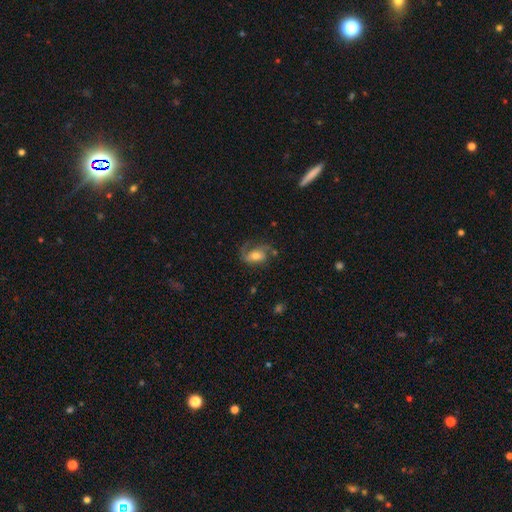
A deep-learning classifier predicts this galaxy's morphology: smooth-or-featured: featured or disk: 57% | smooth: 35% | star or artifact: 9%
  disk-edge-on: no: 95% | yes: 5%
    bar: no: 57% | weak: 30% | strong: 12%
    has-spiral-arms: yes: 83% | no: 17%
    bulge-size: moderate: 61% | small: 24% | large: 11% | none: 2% | dominant: 2%
  merging: none: 50% | major disturbance: 23% | minor disturbance: 23% | merger: 3%